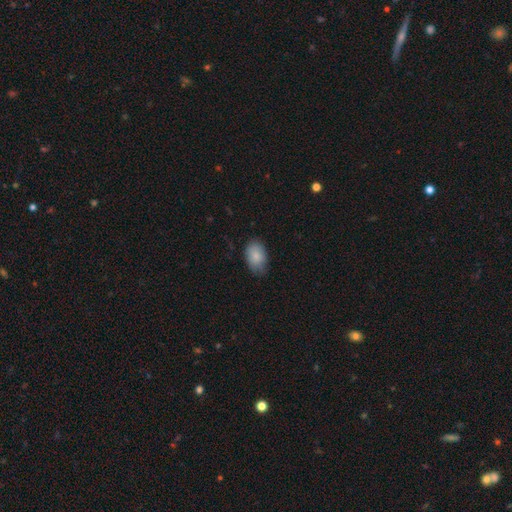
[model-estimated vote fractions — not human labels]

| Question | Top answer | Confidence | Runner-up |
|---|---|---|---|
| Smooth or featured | smooth | 86% | featured or disk (8%) |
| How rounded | in between | 87% | round (12%) |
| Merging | none | 70% | minor disturbance (25%) |